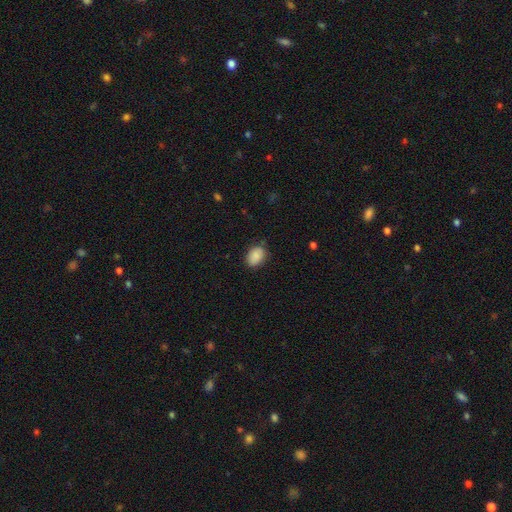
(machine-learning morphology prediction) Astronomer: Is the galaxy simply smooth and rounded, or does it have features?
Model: smooth — 87%.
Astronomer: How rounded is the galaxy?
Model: in between — 71%.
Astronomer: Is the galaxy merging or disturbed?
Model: none — 77%.